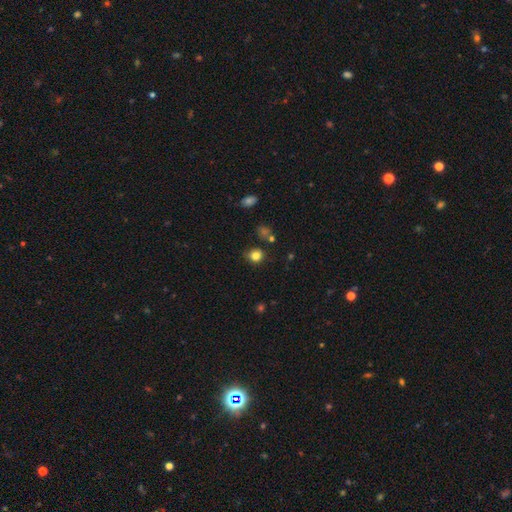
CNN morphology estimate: type=smooth (82%); roundness=round (79%); merging=none (78%).